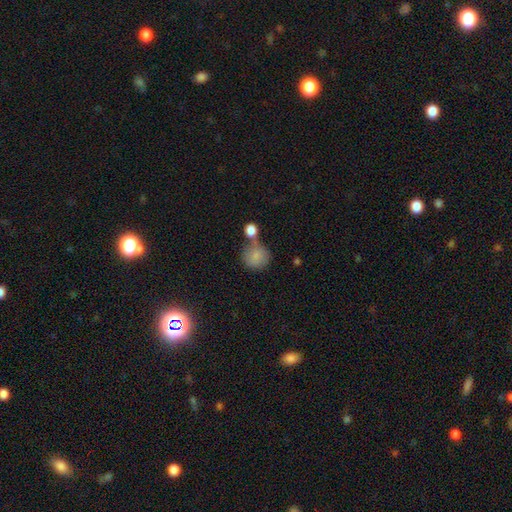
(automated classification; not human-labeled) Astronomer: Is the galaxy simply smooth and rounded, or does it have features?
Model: smooth — 84%.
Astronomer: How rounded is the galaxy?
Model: round — 88%.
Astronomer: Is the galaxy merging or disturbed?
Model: none — 52%.